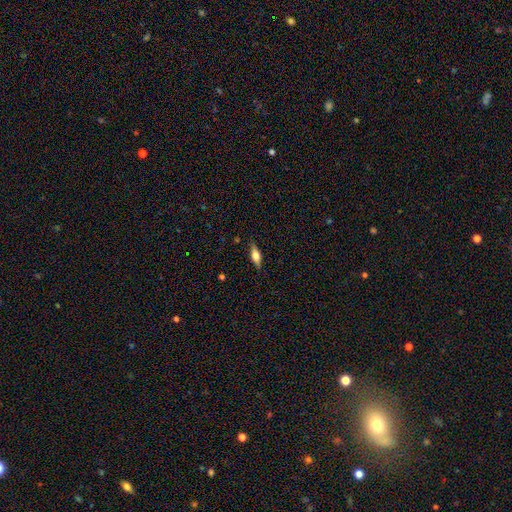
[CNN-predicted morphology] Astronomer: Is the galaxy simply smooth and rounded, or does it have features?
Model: smooth — 55% (runner-up: featured or disk, 38%).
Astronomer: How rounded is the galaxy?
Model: in between — 63%.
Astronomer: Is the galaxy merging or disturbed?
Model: none — 84%.